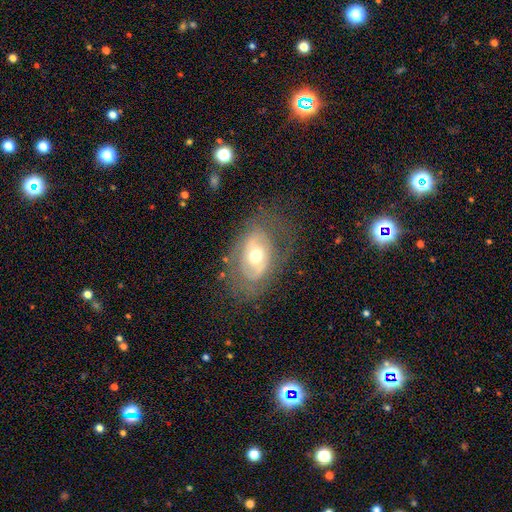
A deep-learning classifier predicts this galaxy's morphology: Smooth or featured? featured or disk (61%)
Edge-on disk? no (91%)
Bar? no (61%)
Spiral arms? no (64%)
Bulge size? moderate (71%)
Merging? none (67%)